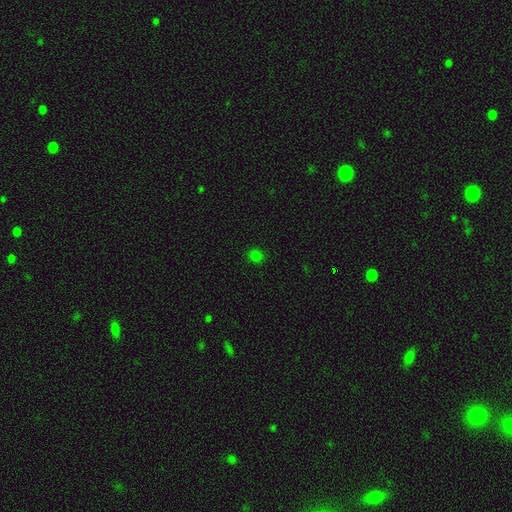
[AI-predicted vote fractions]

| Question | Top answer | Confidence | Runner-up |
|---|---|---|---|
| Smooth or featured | smooth | 77% | star or artifact (20%) |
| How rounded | round | 84% | in between (15%) |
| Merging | none | 90% | minor disturbance (7%) |